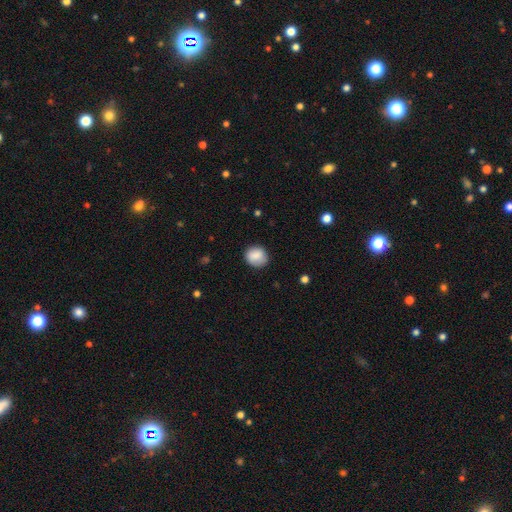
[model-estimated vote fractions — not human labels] smooth 85%, star or artifact 8%, featured or disk 7%. Down the decision tree: how rounded — round (77%); merging — none (82%).